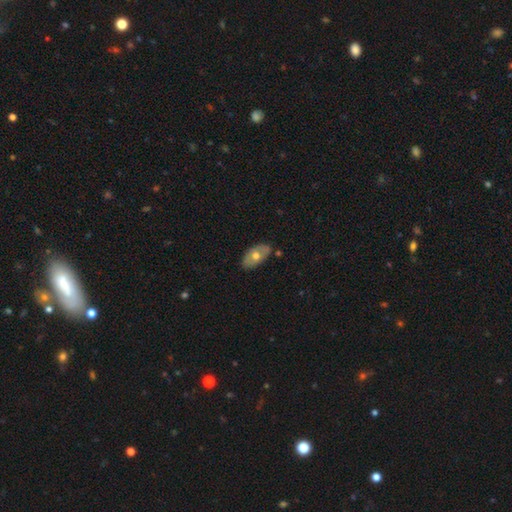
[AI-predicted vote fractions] A smooth galaxy with no disk features (57%) that is in between round and cigar-shaped (92%). Merging: none (78%).